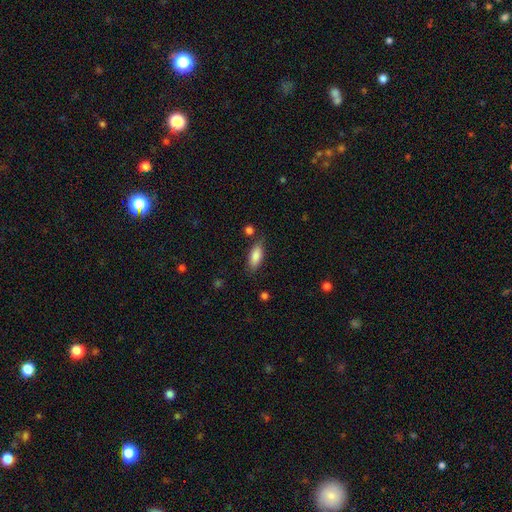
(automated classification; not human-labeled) This appears to be a smooth galaxy with no disk features (84%) that is in between round and cigar-shaped (79%). Merging: none (76%).